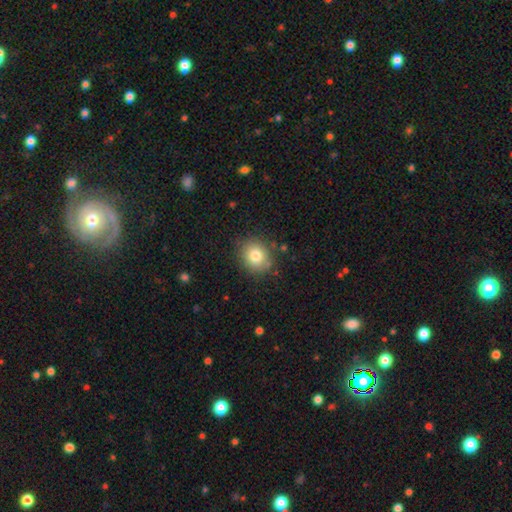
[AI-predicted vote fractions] A smooth galaxy with no disk features (80%) that is round (75%). Merging: none (84%).